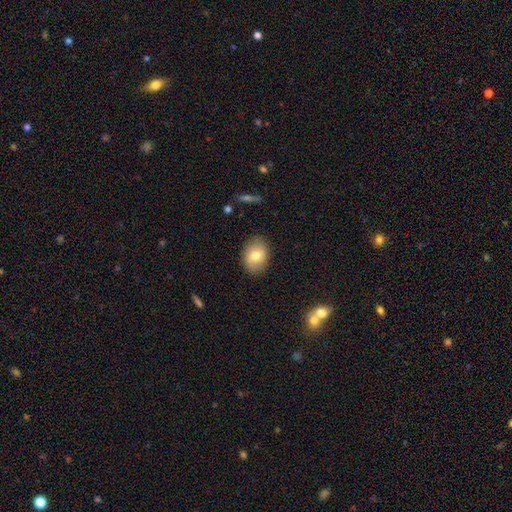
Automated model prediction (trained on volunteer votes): Smooth or featured: smooth — 76% (featured or disk — 17%)
How rounded: in between — 63% (round — 36%)
Merging: none — 86% (minor disturbance — 10%)